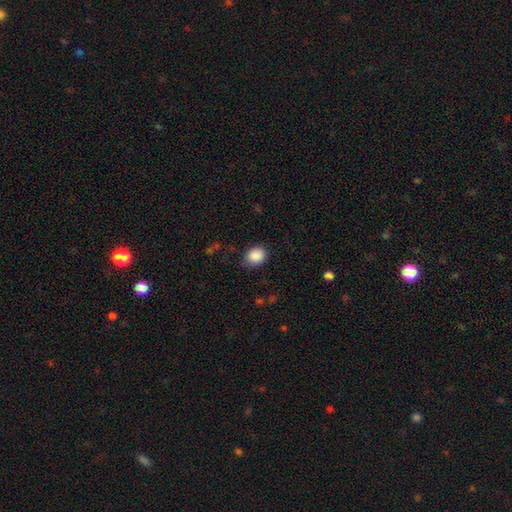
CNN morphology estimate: This is clearly a smooth galaxy (88%). How rounded: possibly round (57%). Merging: likely none (79%).